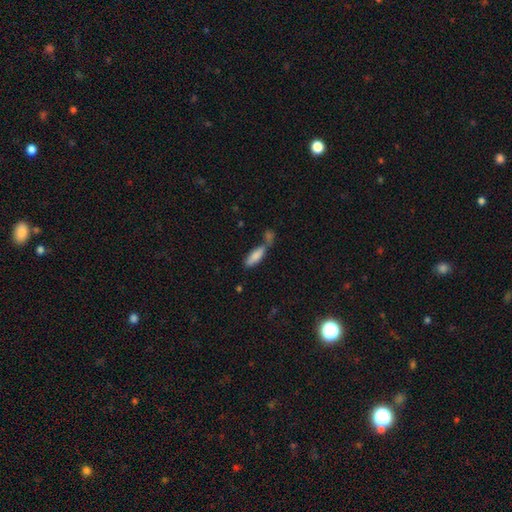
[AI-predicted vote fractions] Smooth or featured? Predicted: smooth (p=0.82). How rounded? Predicted: in between (p=0.56). Merging? Predicted: merger (p=0.41).